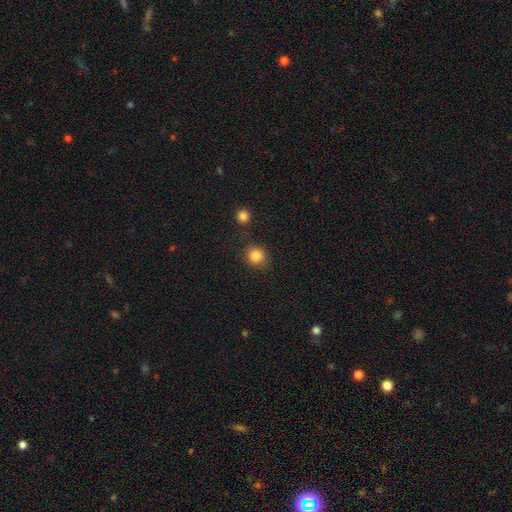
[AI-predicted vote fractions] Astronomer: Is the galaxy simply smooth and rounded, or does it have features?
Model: smooth — 84%.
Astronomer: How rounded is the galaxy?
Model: round — 86%.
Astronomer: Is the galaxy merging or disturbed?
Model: none — 78%.